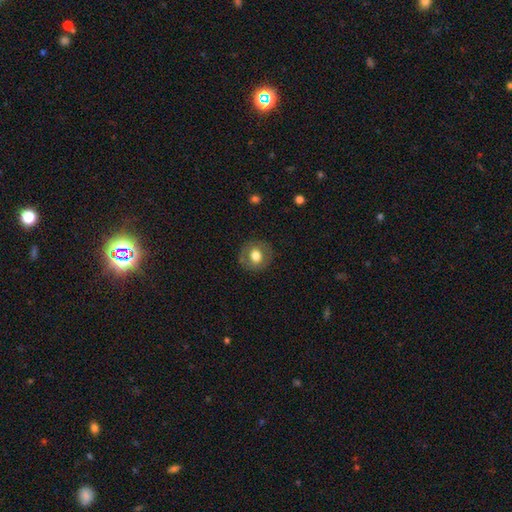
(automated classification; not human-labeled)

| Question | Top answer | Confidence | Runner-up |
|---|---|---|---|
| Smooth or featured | smooth | 66% | featured or disk (26%) |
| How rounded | round | 82% | in between (17%) |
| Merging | none | 84% | minor disturbance (11%) |